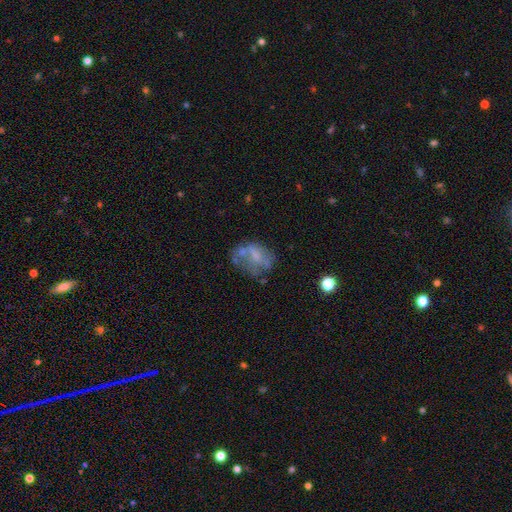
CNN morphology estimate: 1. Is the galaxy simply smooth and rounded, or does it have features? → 50% featured or disk, 36% smooth, 13% star or artifact.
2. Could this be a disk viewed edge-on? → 97% no, 3% yes.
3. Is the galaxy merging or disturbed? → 37% none, 27% major disturbance, 22% minor disturbance, 13% merger.